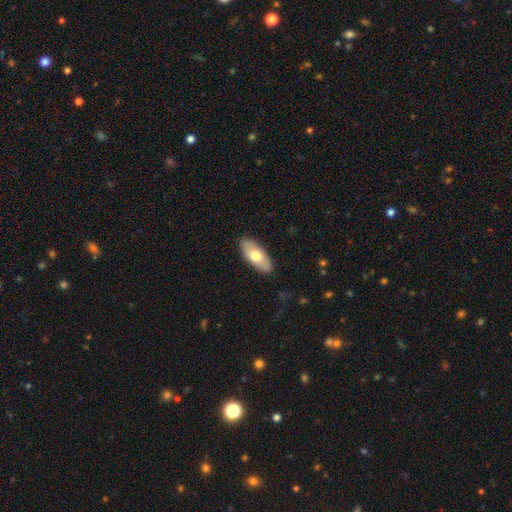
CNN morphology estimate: A smooth galaxy with no disk features (68%) that is in between round and cigar-shaped (88%). Merging: none (87%).